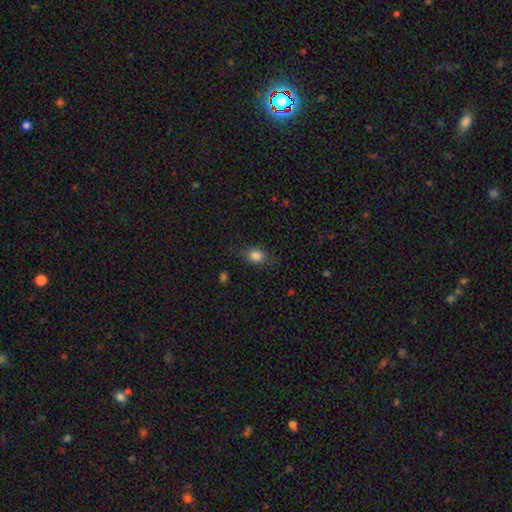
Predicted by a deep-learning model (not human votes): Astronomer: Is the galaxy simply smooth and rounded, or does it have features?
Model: smooth — 83%.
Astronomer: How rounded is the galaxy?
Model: in between — 54% (runner-up: round, 44%).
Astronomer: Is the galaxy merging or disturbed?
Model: none — 79%.